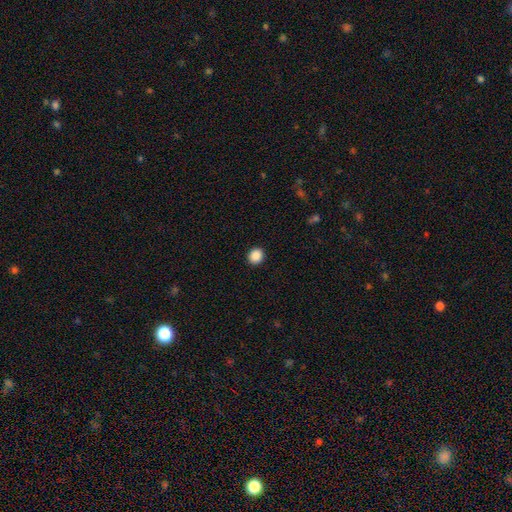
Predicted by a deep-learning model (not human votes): Smooth or featured?
  - smooth: 89% *
  - star or artifact: 9%
  - featured or disk: 2%
How rounded?
  - round: 85% *
  - in between: 14%
  - cigar-shaped: 1%
Merging?
  - none: 92% *
  - minor disturbance: 5%
  - major disturbance: 2%
  - merger: 1%